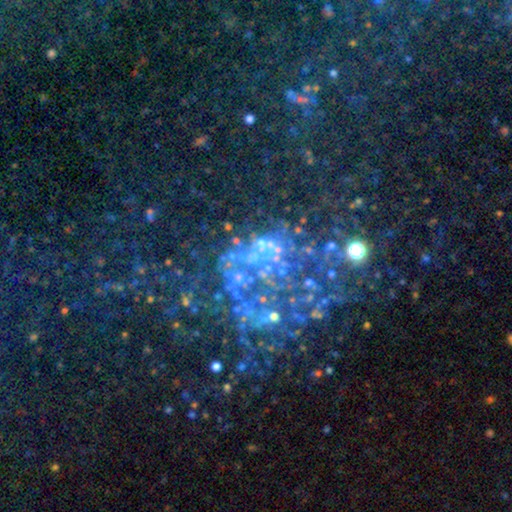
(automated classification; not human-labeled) Overall: star or artifact (57%; featured or disk 27%).